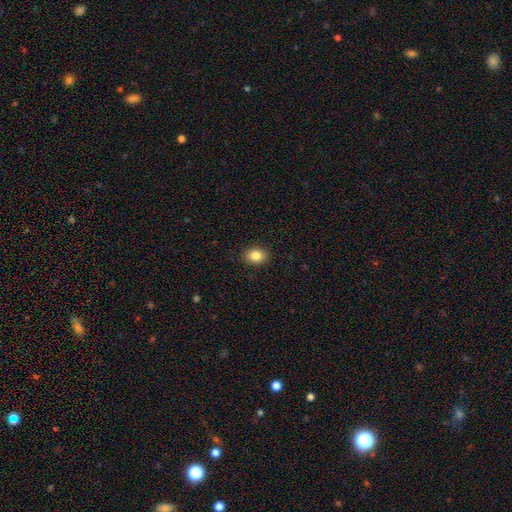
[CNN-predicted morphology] Smooth or featured? Predicted: smooth (p=0.85). How rounded? Predicted: round (p=0.50). Merging? Predicted: none (p=0.90).